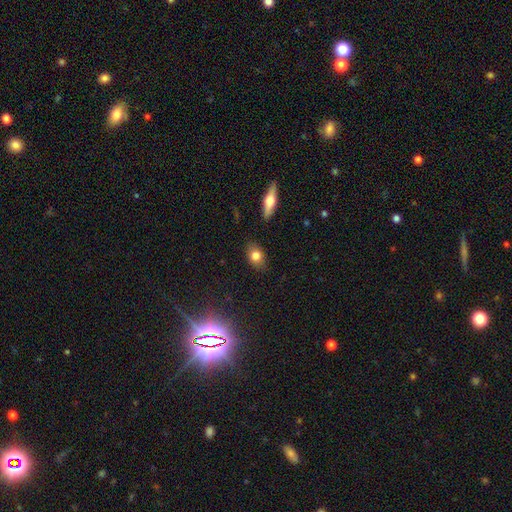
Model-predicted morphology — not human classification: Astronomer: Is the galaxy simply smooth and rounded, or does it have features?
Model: smooth — 77%.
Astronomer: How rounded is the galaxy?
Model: in between — 71%.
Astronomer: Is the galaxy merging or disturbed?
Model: none — 84%.